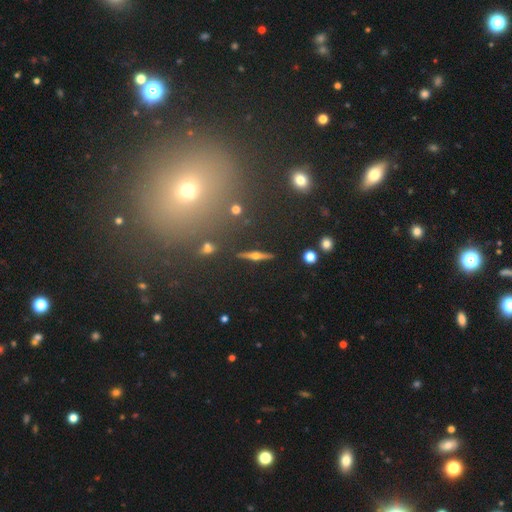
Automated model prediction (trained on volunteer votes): Morphology: type=featured or disk (75%); edge-on=yes (97%); edge-on bulge=rounded (94%); merging=none (90%).